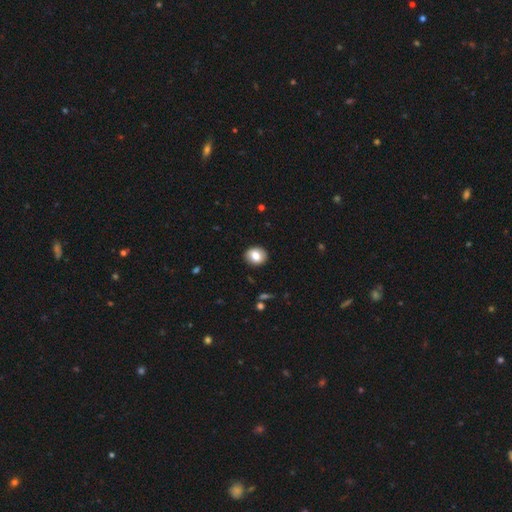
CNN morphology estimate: Q: Smooth or featured?
A: smooth (79%); runner-up: featured or disk (13%)
Q: How rounded?
A: round (64%); runner-up: in between (35%)
Q: Merging?
A: none (89%); runner-up: minor disturbance (8%)